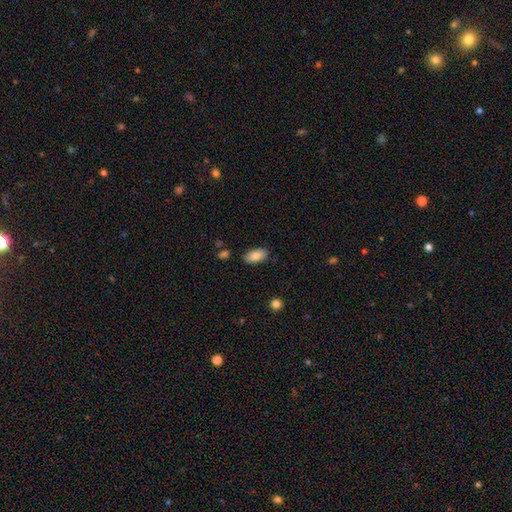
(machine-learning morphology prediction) Smooth or featured?
  - smooth: 84% *
  - featured or disk: 9%
  - star or artifact: 7%
How rounded?
  - in between: 93% *
  - cigar-shaped: 4%
  - round: 3%
Merging?
  - none: 85% *
  - minor disturbance: 11%
  - major disturbance: 2%
  - merger: 2%